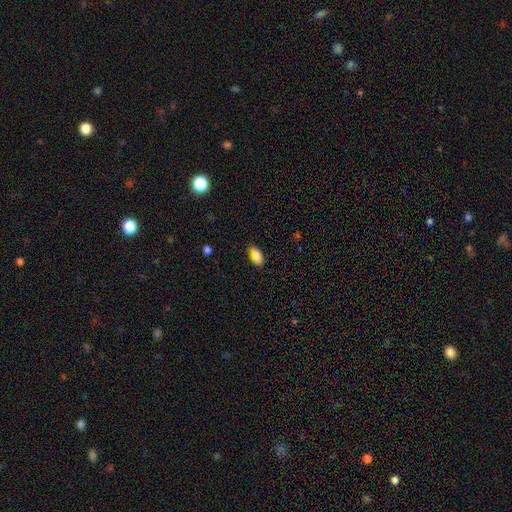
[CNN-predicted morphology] Overall: smooth (85%). How rounded: in between (89%). Merging: none (80%).